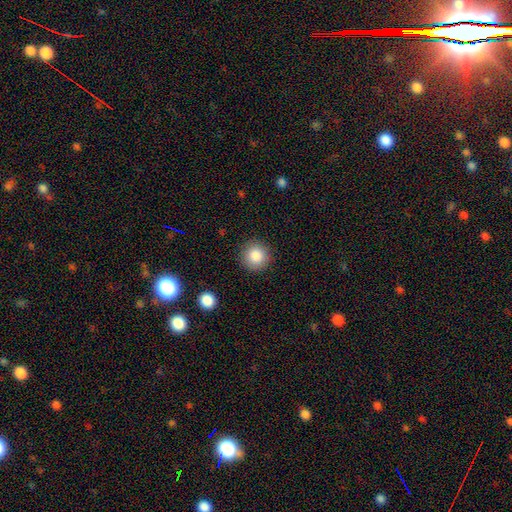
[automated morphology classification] smooth_or_featured: smooth (p=0.86) [alt: star or artifact p=0.09]
how_rounded: round (p=0.94) [alt: in between p=0.05]
merging: none (p=0.90) [alt: minor disturbance p=0.07]